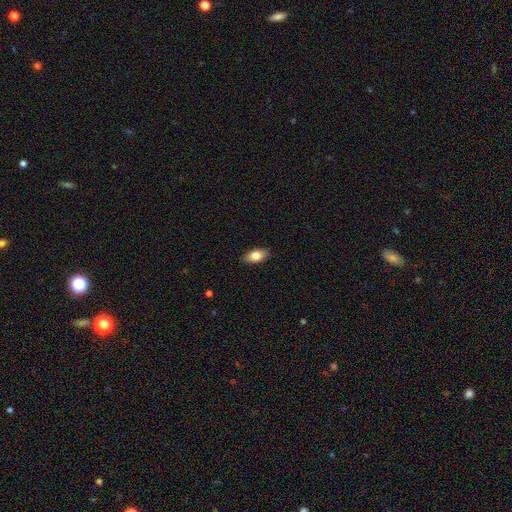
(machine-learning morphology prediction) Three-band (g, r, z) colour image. It shows a smooth galaxy with no disk features (80%) that is in between round and cigar-shaped (90%). Merging: none (89%).